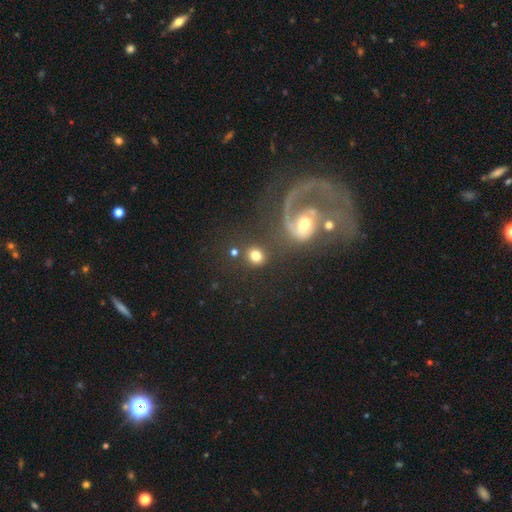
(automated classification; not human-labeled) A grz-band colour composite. It shows a smooth galaxy with no disk features (75%) that is round (74%). Merging: none (71%).